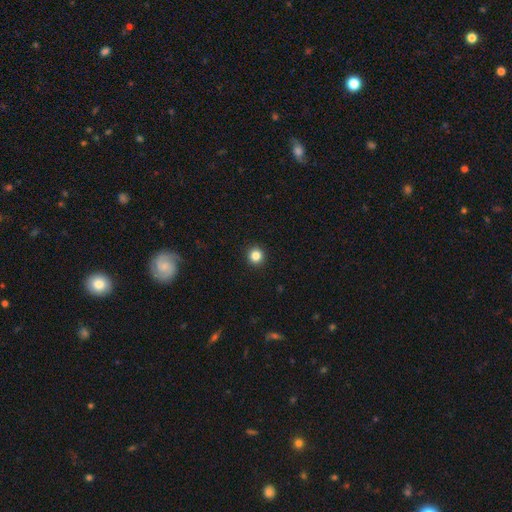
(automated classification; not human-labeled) This appears to be a smooth galaxy with no disk features (84%) that is round (94%). Merging: none (94%).